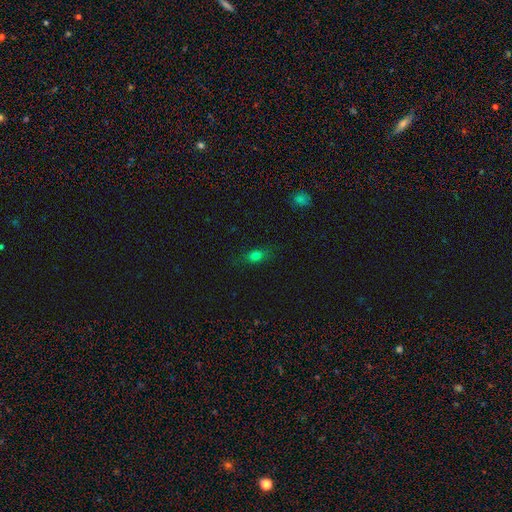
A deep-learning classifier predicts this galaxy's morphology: type=smooth (72%); roundness=in between (68%); merging=none (79%).